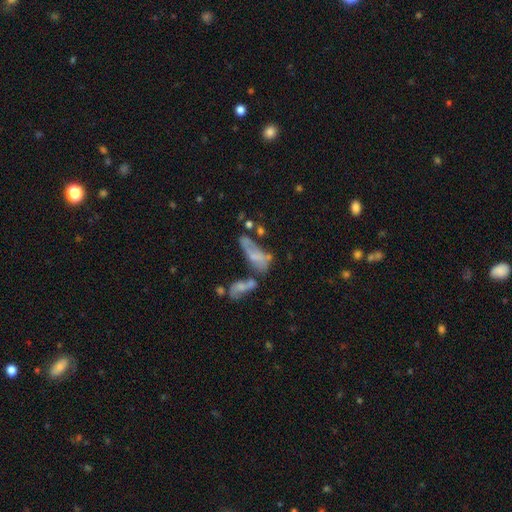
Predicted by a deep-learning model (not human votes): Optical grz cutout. It shows a smooth galaxy with no disk features (48%). Merging: merger (41%).